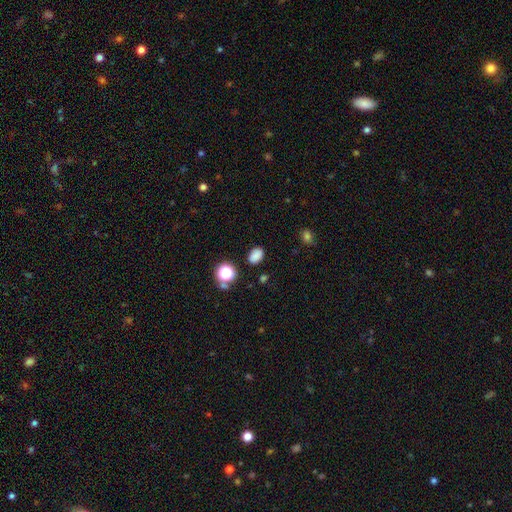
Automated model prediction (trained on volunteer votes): Smooth or featured? Predicted: smooth (p=0.81). How rounded? Predicted: in between (p=0.74). Merging? Predicted: none (p=0.84).